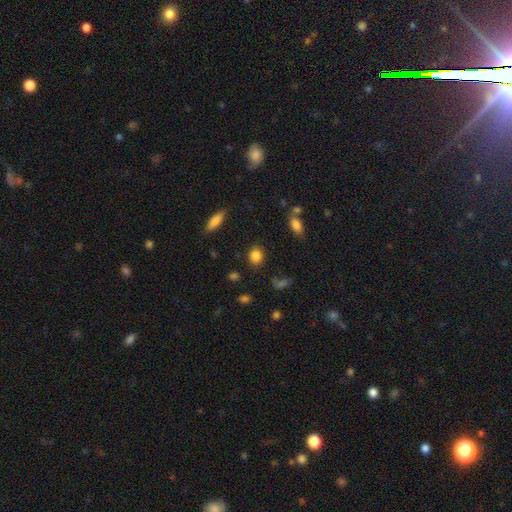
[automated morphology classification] Smooth or featured?
  - smooth: 84% *
  - star or artifact: 10%
  - featured or disk: 6%
How rounded?
  - round: 64% *
  - in between: 34%
  - cigar-shaped: 2%
Merging?
  - none: 85% *
  - minor disturbance: 10%
  - major disturbance: 3%
  - merger: 2%